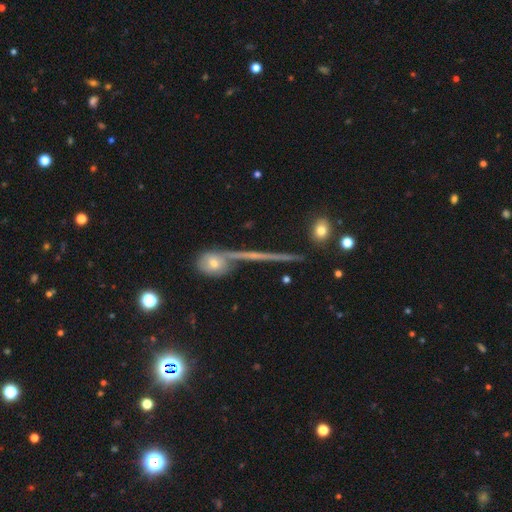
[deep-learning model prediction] The model was most divided on "smooth or featured": featured or disk: 67%, smooth: 22%, star or artifact: 11%. More confident: edge-on disk — yes (92%); merging — none (73%); edge-on bulge — none (71%).